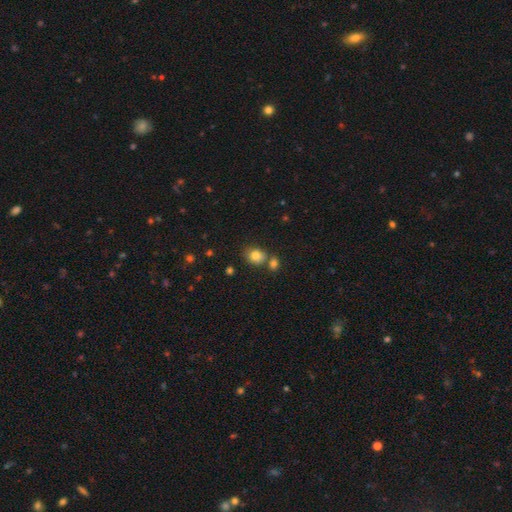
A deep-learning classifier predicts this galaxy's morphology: Smooth or featured?
  - smooth: 82% *
  - star or artifact: 10%
  - featured or disk: 8%
How rounded?
  - round: 54% *
  - in between: 45%
  - cigar-shaped: 1%
Merging?
  - none: 61% *
  - merger: 22%
  - minor disturbance: 13%
  - major disturbance: 4%